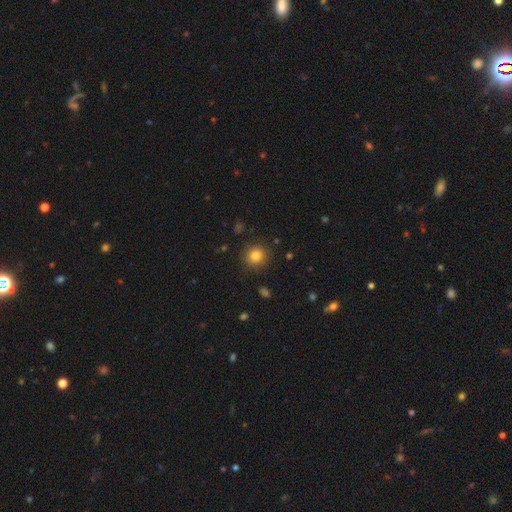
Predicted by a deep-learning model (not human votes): smooth-or-featured: smooth: 82% | star or artifact: 12% | featured or disk: 6%
  how-rounded: round: 92% | in between: 7% | cigar-shaped: 1%
  merging: none: 89% | minor disturbance: 7% | major disturbance: 2% | merger: 1%